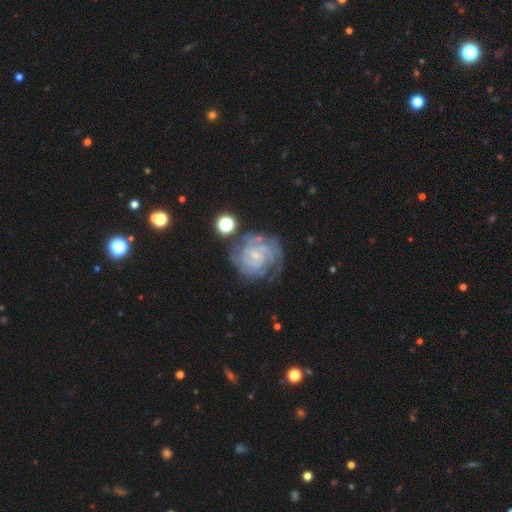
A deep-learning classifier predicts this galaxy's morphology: A featured or disk galaxy (88%) with no bar (61%), 2 (37%) tight (74%) spiral arms (98%) and a small central bulge (80%).

Vote fractions:
- Smooth or featured? featured or disk: 88% / smooth: 6% / star or artifact: 6%
- Edge-on disk? no: 98% / yes: 2%
- Bar? no: 61% / weak: 31% / strong: 8%
- Spiral arms? yes: 98% / no: 2%
- Spiral winding? tight: 74% / medium: 23% / loose: 3%
- Spiral arm count? 2: 37% / 3: 23% / can't tell: 19% / 4: 10% / more than 4: 5% / 1: 5%
- Bulge size? small: 80% / moderate: 11% / none: 7% / large: 1% / dominant: 1%
- Merging? none: 68% / minor disturbance: 19% / major disturbance: 8% / merger: 5%